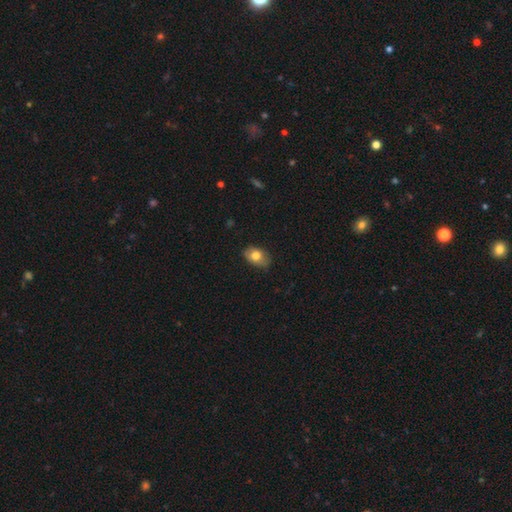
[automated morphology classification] The model was most divided on "merging": none: 72%, minor disturbance: 23%, major disturbance: 4%, merger: 1%. More confident: how rounded — in between (82%); smooth or featured — smooth (76%).